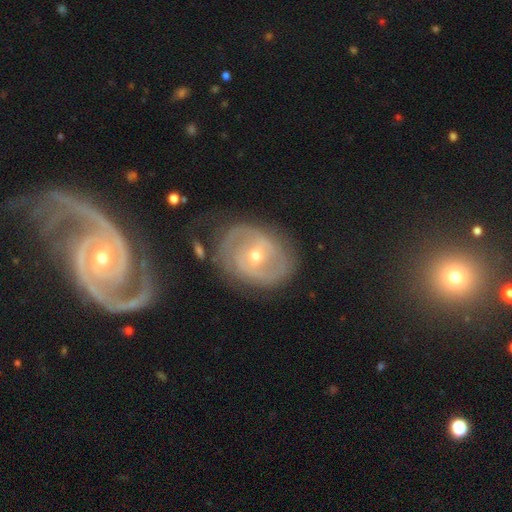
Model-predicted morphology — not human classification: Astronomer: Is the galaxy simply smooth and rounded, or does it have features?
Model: featured or disk — 82%.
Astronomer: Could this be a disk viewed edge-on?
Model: no — 96%.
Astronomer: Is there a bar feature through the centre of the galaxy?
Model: weak — 42% (runner-up: no, 39%).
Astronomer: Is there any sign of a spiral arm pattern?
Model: yes — 87%.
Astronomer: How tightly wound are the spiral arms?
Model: tight — 55% (runner-up: medium, 34%).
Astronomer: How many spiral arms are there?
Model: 2 — 60%.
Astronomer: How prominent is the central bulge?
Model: small — 55% (runner-up: moderate, 43%).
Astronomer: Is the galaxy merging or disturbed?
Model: none — 70%.